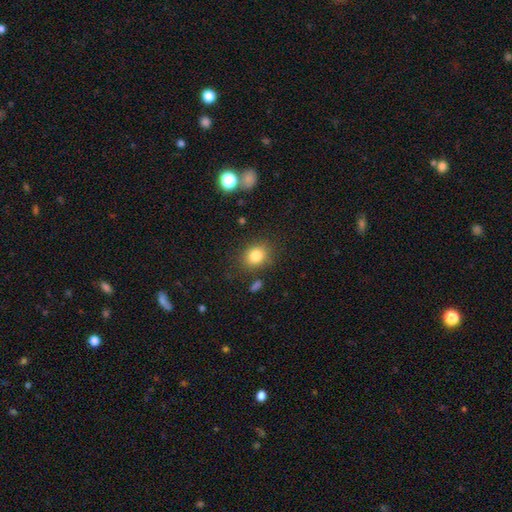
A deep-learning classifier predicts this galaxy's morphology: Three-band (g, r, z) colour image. It shows a smooth galaxy with no disk features (82%) that is round (56%). Merging: none (81%).